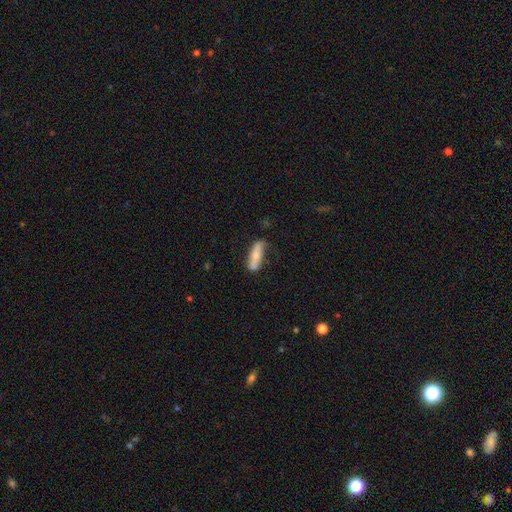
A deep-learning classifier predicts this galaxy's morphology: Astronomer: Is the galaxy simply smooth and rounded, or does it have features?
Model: smooth — 61%.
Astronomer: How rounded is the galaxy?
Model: cigar-shaped — 56% (runner-up: in between, 41%).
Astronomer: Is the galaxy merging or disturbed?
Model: none — 64%.